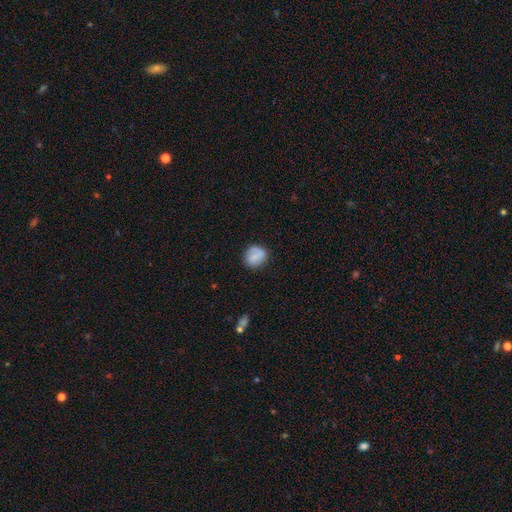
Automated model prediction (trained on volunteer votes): Morphology: type=smooth (76%); roundness=round (80%); merging=none (78%).